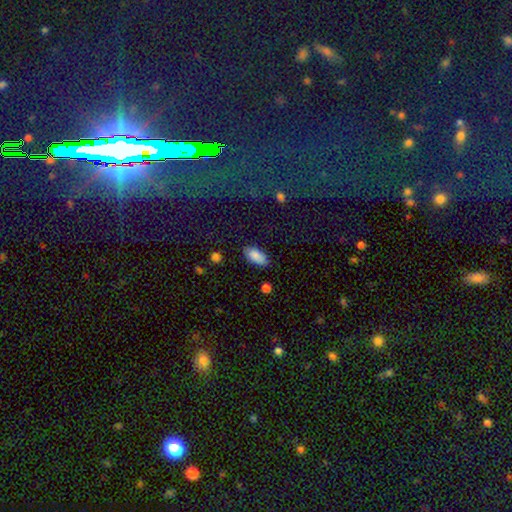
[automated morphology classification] This is clearly a smooth galaxy (88%). How rounded: clearly in between (92%). Merging: clearly none (83%).